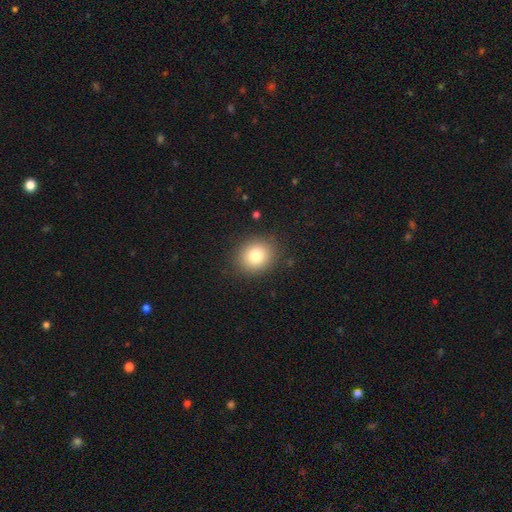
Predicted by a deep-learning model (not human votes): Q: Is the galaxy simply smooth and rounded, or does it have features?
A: smooth — 80%.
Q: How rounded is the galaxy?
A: round — 74%.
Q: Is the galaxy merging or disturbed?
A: none — 87%.